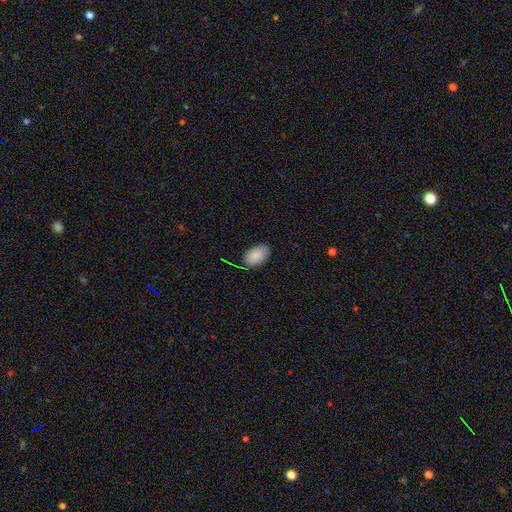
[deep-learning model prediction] smooth_or_featured: smooth (p=0.86) [alt: star or artifact p=0.07]
how_rounded: in between (p=0.94) [alt: round p=0.05]
merging: none (p=0.80) [alt: minor disturbance p=0.15]